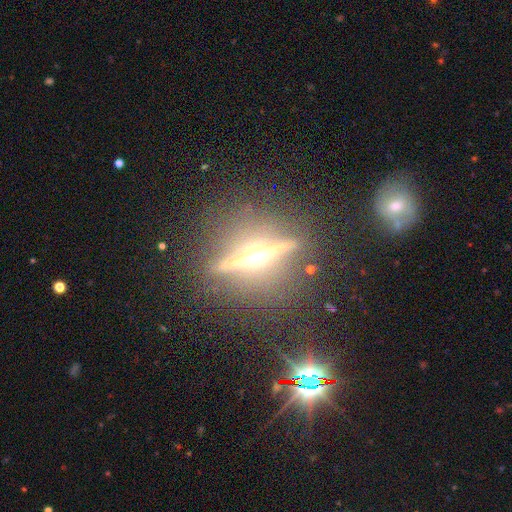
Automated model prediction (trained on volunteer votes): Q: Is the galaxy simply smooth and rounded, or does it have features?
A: featured or disk — 83%.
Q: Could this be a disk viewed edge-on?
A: yes — 95%.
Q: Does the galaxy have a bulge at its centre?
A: rounded — 91%.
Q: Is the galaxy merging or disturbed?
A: none — 86%.